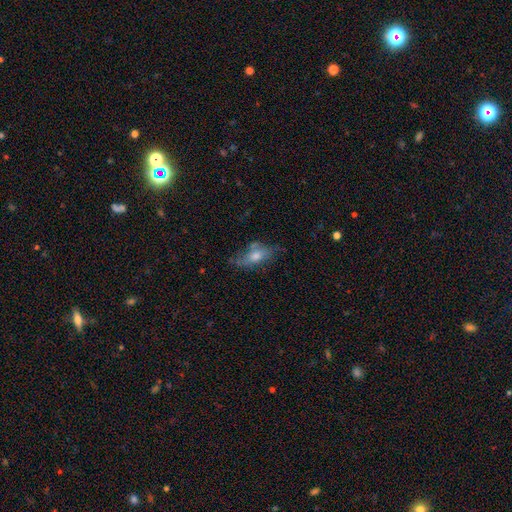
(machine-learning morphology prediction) A smooth galaxy with no disk features (46%). Merging: none (55%).